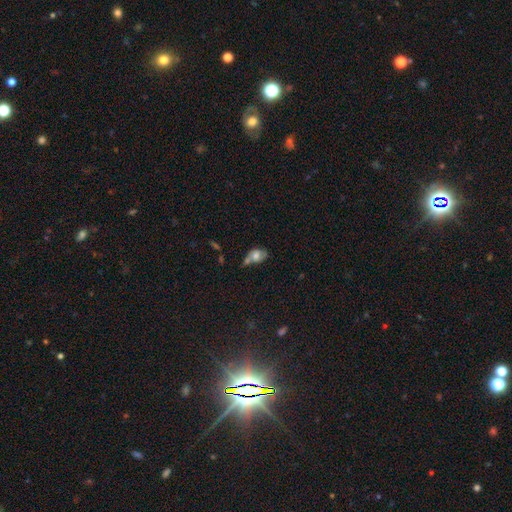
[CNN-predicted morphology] This appears to be a smooth galaxy with no disk features (58%) that is in between round and cigar-shaped (73%). Merging: merger (33%).